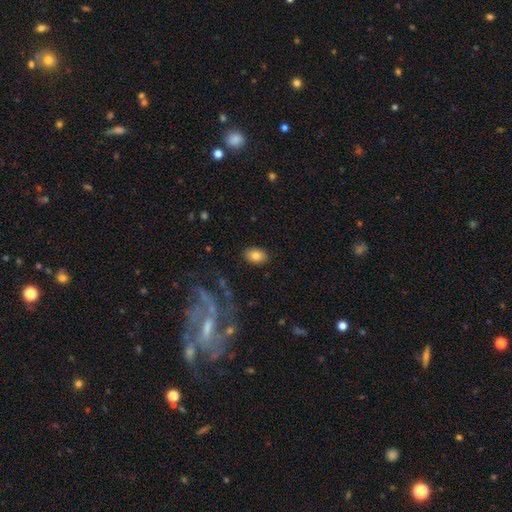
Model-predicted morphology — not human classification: A smooth galaxy with no disk features (82%) that is in between round and cigar-shaped (84%). Merging: none (86%).